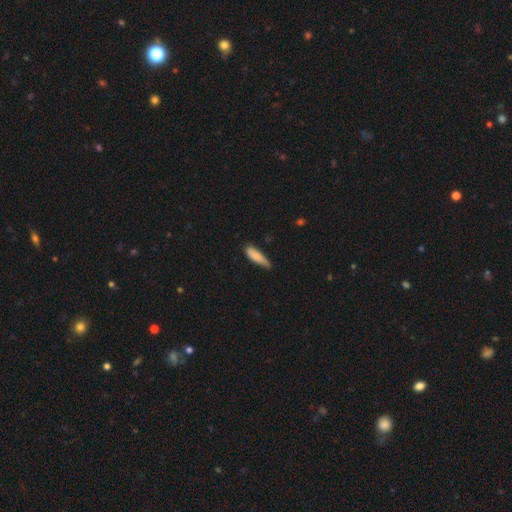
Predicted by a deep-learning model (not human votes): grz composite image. It shows a smooth galaxy with no disk features (82%) that is cigar-shaped (66%). Merging: none (56%).